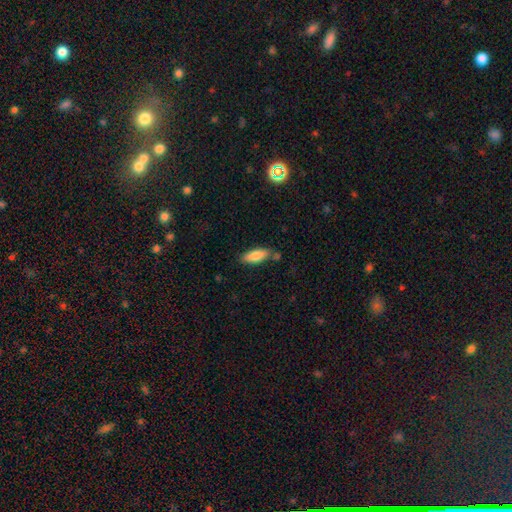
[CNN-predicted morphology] This is clearly a smooth galaxy (81%). How rounded: likely in between (66%). Merging: likely none (71%).